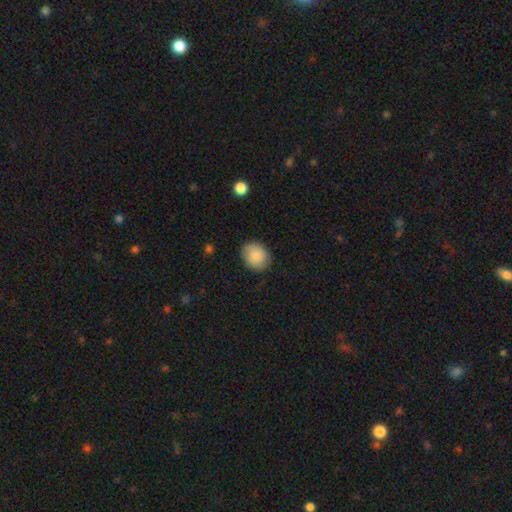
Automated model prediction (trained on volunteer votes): Morphology: type=smooth (82%); roundness=round (61%); merging=none (84%).